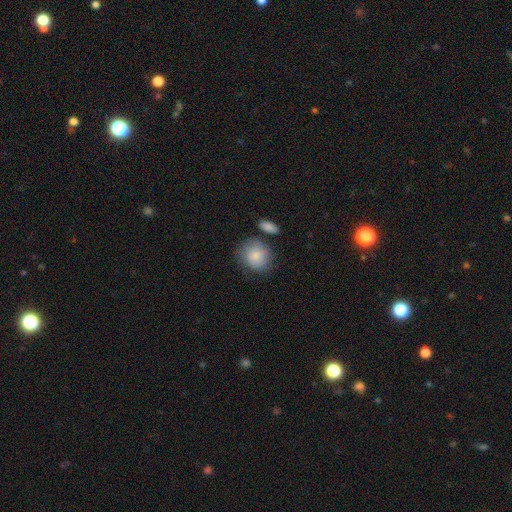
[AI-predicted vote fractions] The model was most divided on "merging": none: 66%, minor disturbance: 19%, merger: 10%, major disturbance: 6%. More confident: smooth or featured — smooth (85%); how rounded — round (74%).